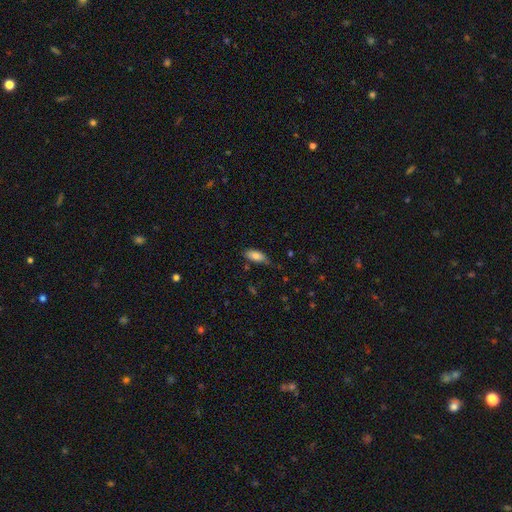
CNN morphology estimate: A smooth galaxy with no disk features (82%) that is in between round and cigar-shaped (83%). Merging: none (60%).